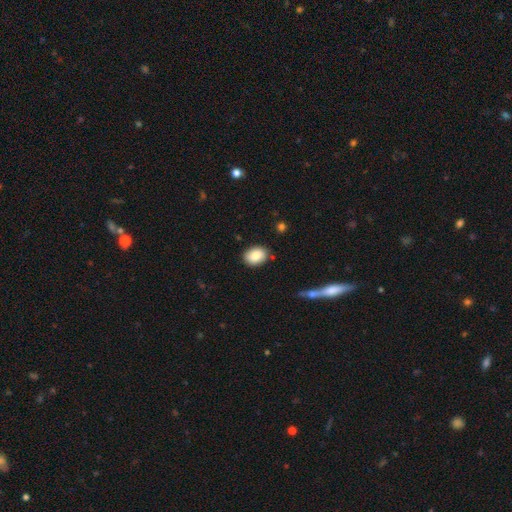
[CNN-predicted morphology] smooth 85%, featured or disk 8%, star or artifact 8%. Down the decision tree: how rounded — in between (64%); merging — none (85%).